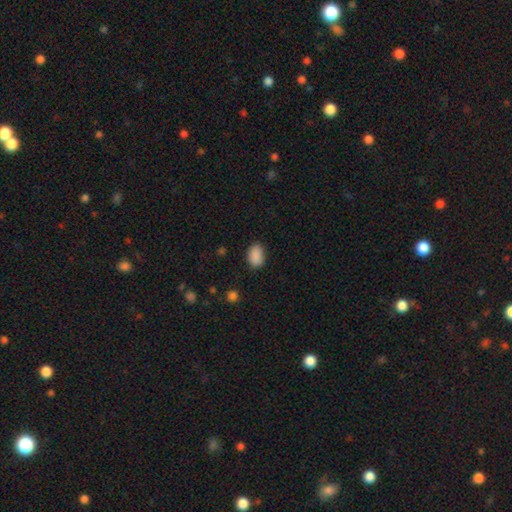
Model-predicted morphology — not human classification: This appears to be a smooth galaxy with no disk features (89%) that is in between round and cigar-shaped (86%). Merging: none (83%).